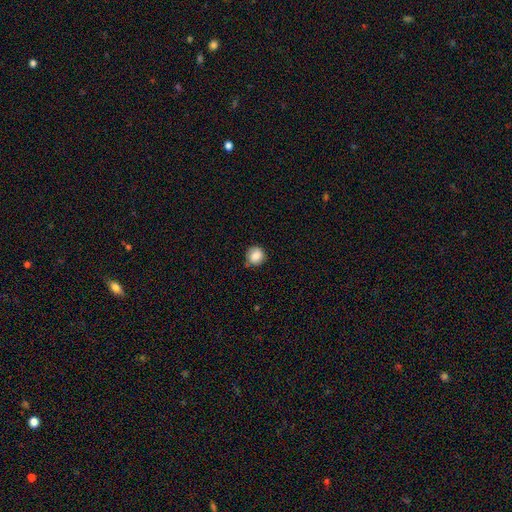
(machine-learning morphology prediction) Q: Smooth or featured?
A: smooth (84%); runner-up: star or artifact (9%)
Q: How rounded?
A: round (90%); runner-up: in between (9%)
Q: Merging?
A: none (75%); runner-up: minor disturbance (19%)